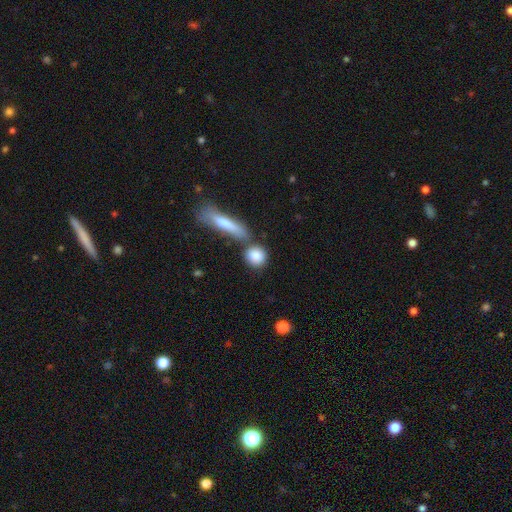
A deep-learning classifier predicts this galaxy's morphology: A smooth galaxy with no disk features (84%) that is round (76%). Merging: none (64%).